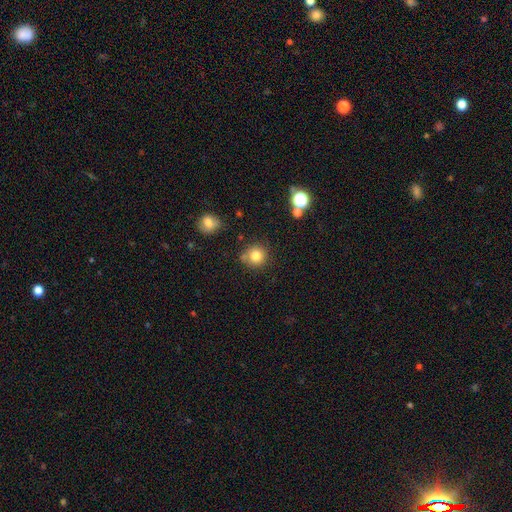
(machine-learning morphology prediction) This is clearly a smooth galaxy (81%). How rounded: clearly round (91%). Merging: likely none (76%).